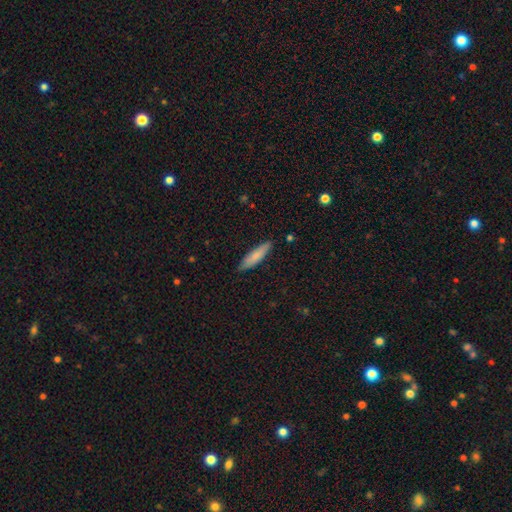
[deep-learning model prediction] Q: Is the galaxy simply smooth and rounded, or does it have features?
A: smooth — 78%.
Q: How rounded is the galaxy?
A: cigar-shaped — 77%.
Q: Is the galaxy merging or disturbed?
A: none — 86%.